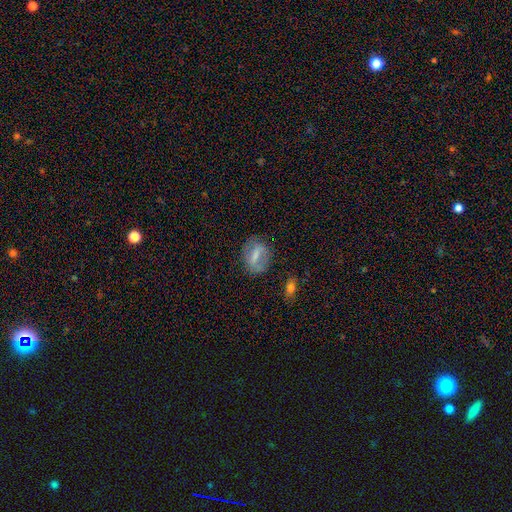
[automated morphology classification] A smooth galaxy with no disk features (47%). Merging: none (68%).